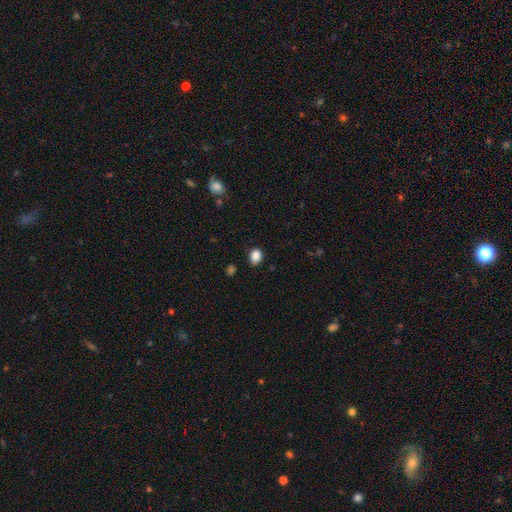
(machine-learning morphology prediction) smooth_or_featured: smooth (p=0.87) [alt: star or artifact p=0.10]
how_rounded: round (p=0.52) [alt: in between p=0.47]
merging: none (p=0.79) [alt: minor disturbance p=0.16]